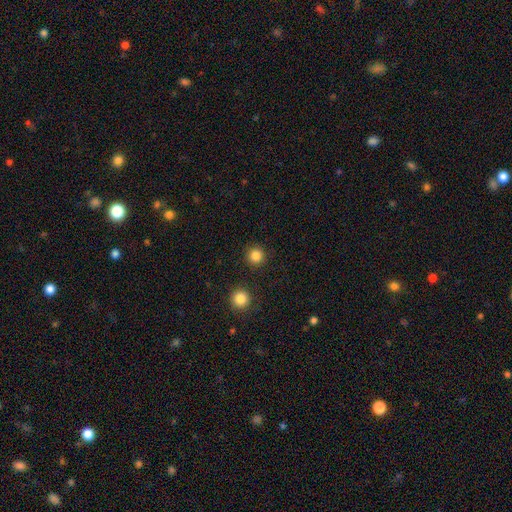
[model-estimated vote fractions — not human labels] Smooth or featured? smooth (84%)
How rounded? round (95%)
Merging? none (92%)